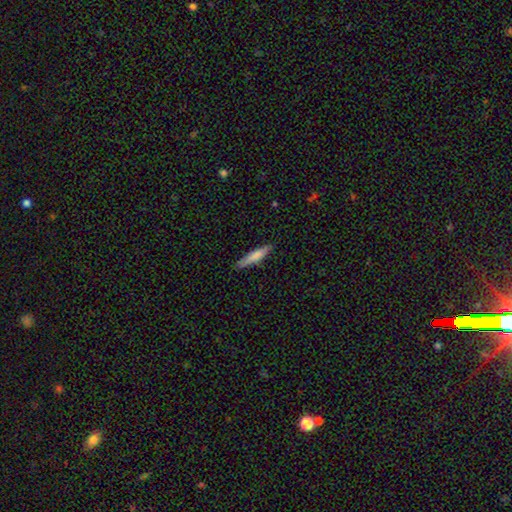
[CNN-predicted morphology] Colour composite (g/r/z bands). It shows a smooth galaxy with no disk features (73%) that is cigar-shaped (87%). Merging: none (85%).